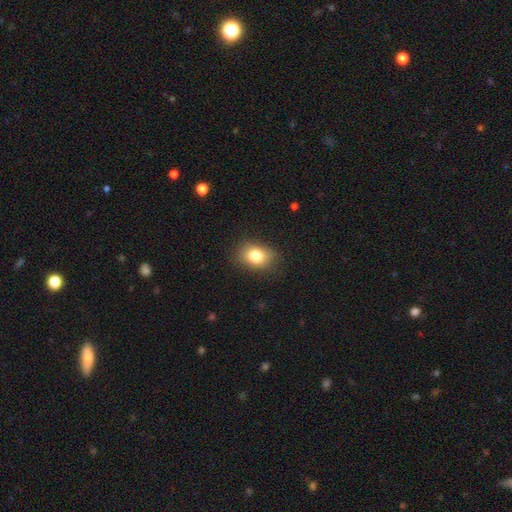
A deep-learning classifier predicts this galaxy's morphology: This is likely a smooth galaxy (79%). How rounded: likely in between (67%). Merging: clearly none (82%).